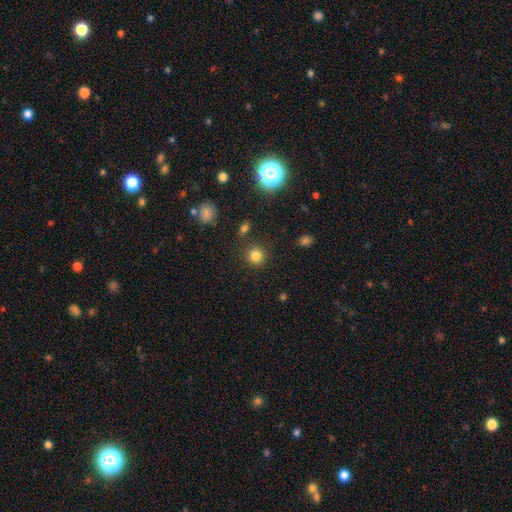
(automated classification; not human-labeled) Smooth or featured? smooth (81%)
How rounded? round (92%)
Merging? none (85%)